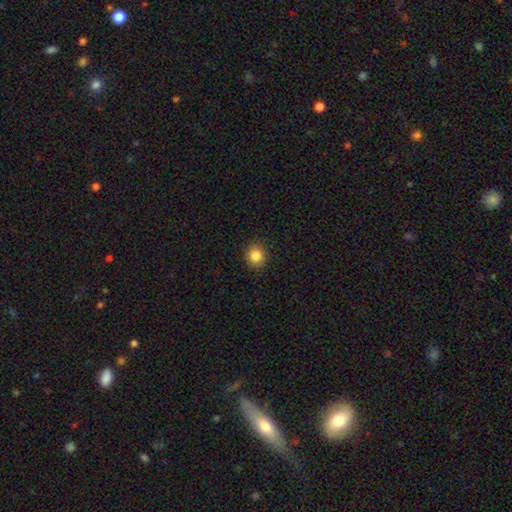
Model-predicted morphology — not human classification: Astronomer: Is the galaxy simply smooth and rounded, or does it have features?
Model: smooth — 86%.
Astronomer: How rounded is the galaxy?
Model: round — 84%.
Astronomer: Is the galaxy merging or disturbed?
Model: none — 91%.